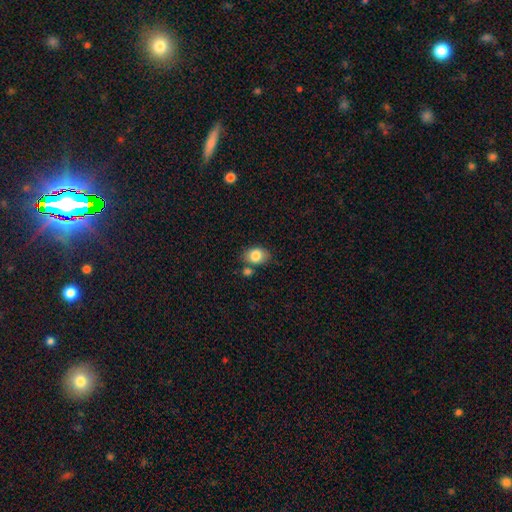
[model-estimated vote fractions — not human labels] Morphology: type=smooth (83%); roundness=in between (66%); merging=none (67%).